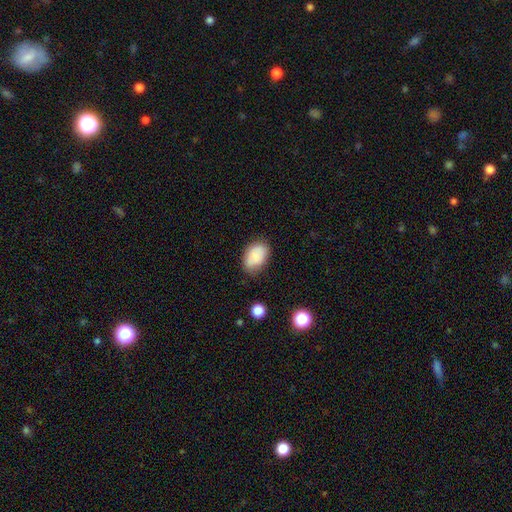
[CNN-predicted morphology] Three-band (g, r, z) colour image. It shows a smooth galaxy with no disk features (84%) that is in between round and cigar-shaped (85%). Merging: none (66%).